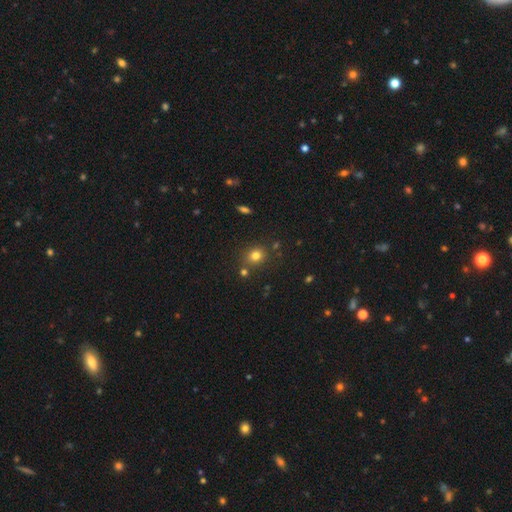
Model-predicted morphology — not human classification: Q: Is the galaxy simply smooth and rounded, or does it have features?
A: smooth — 77%.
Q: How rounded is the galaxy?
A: round — 75%.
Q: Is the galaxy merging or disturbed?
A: none — 77%.